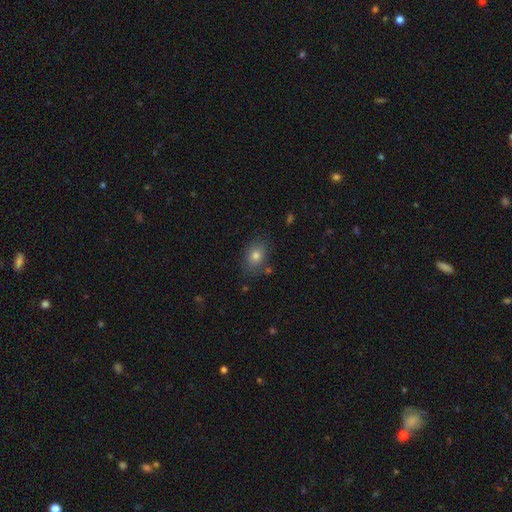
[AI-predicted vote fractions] smooth 77%, star or artifact 12%, featured or disk 12%. Down the decision tree: how rounded — in between (67%); merging — none (78%).